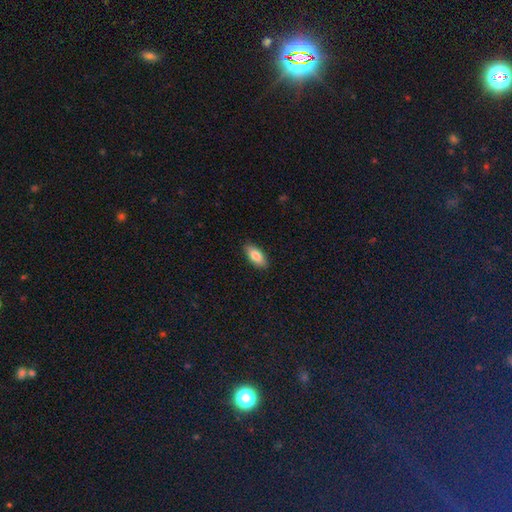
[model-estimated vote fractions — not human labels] This is clearly a smooth galaxy (84%). How rounded: clearly in between (86%). Merging: clearly none (89%).